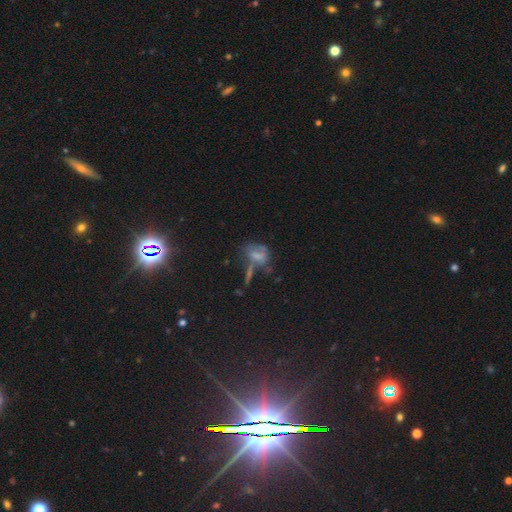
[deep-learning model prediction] Overall: smooth (48%; featured or disk 32%). Merging: none (31%; major disturbance 26%).